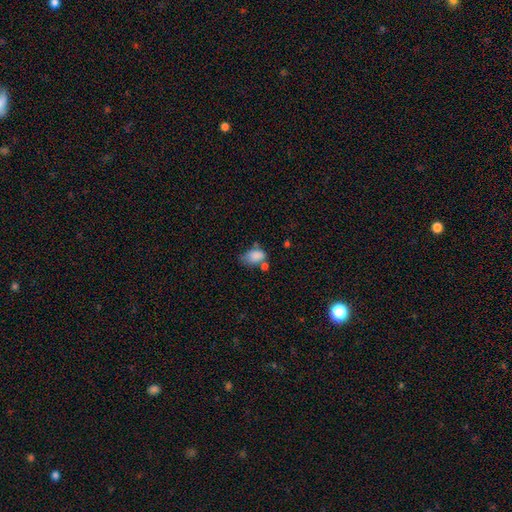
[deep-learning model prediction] Morphology: type=smooth (82%); roundness=in between (84%); merging=none (37%).